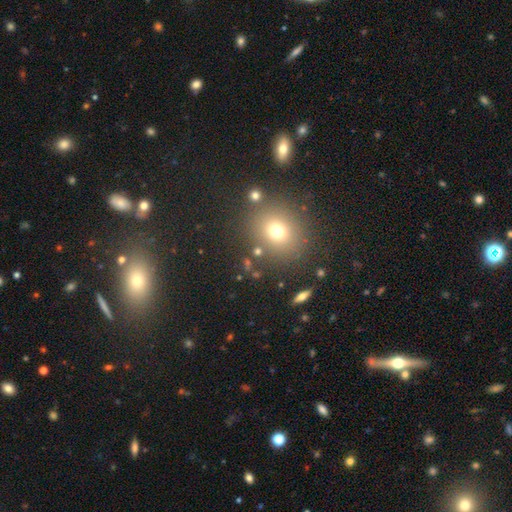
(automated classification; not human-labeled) Smooth or featured: smooth — 64% (star or artifact — 25%)
How rounded: round — 68% (in between — 31%)
Merging: none — 82% (minor disturbance — 8%)